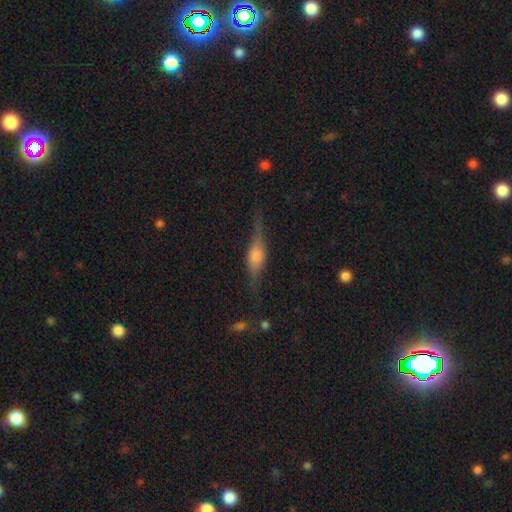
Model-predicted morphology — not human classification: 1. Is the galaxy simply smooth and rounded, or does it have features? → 70% featured or disk, 22% smooth, 8% star or artifact.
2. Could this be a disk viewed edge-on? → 95% yes, 5% no.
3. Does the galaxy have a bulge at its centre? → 80% rounded, 16% boxy, 3% none.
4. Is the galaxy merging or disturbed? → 76% none, 17% minor disturbance, 6% major disturbance, 2% merger.